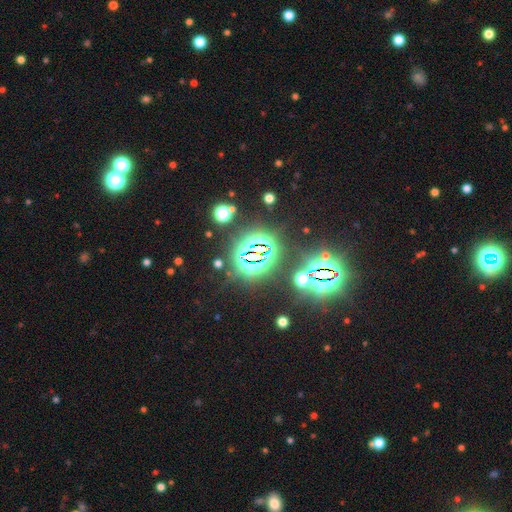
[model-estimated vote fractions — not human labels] A star or artifact, not a galaxy (82%).